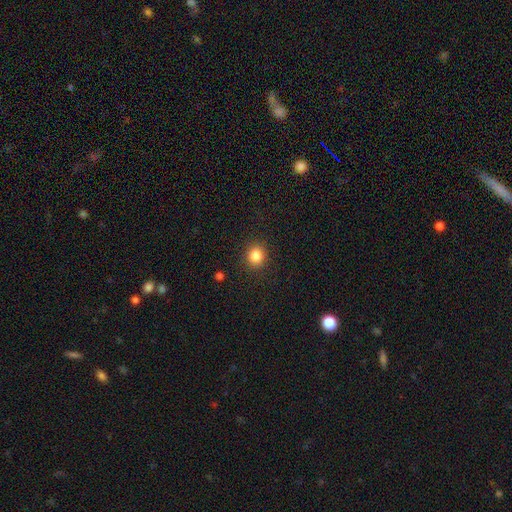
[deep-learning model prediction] The model was most divided on "how rounded": round: 82%, in between: 17%, cigar-shaped: 1%. More confident: merging — none (89%); smooth or featured — smooth (85%).